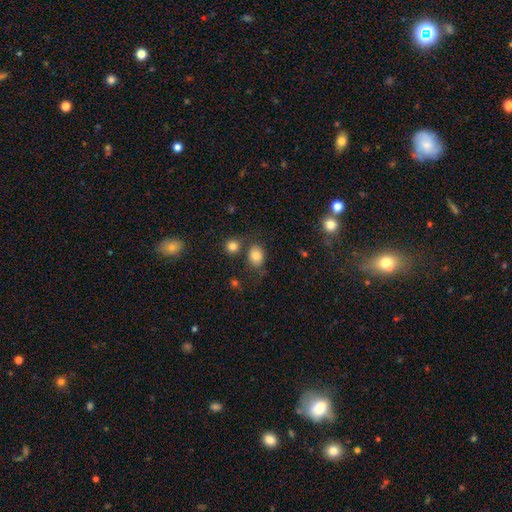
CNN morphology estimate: Overall: smooth (81%). How rounded: in between (52%; round 47%). Merging: none (67%).